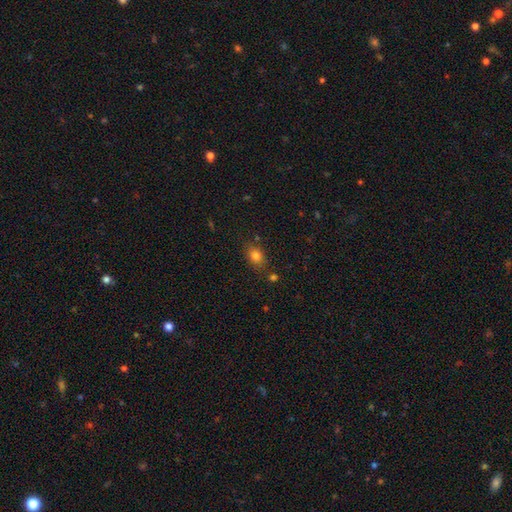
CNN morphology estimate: Smooth or featured?
  - smooth: 80% *
  - star or artifact: 13%
  - featured or disk: 7%
How rounded?
  - in between: 64% *
  - round: 34%
  - cigar-shaped: 2%
Merging?
  - none: 77% *
  - minor disturbance: 14%
  - merger: 5%
  - major disturbance: 4%